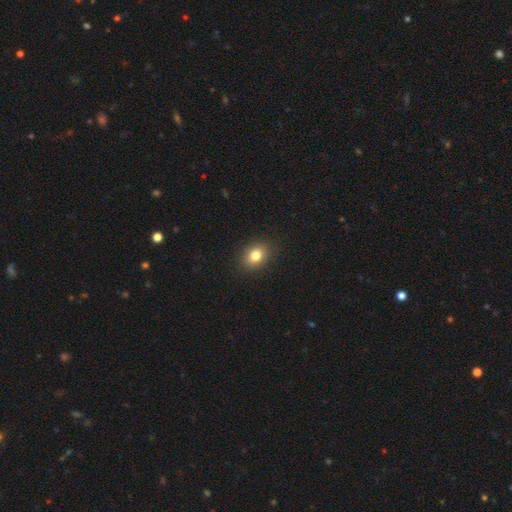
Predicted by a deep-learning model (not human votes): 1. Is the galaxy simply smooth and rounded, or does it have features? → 80% smooth, 11% star or artifact, 9% featured or disk.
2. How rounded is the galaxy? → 59% in between, 40% round, 1% cigar-shaped.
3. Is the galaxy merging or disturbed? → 89% none, 8% minor disturbance, 2% major disturbance, 1% merger.